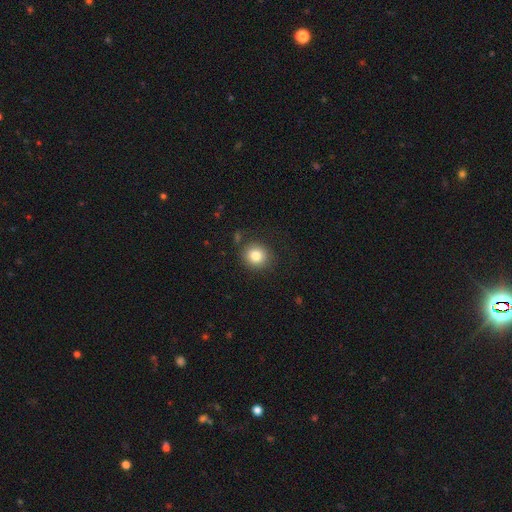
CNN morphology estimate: Smooth or featured?
  - smooth: 83% *
  - star or artifact: 10%
  - featured or disk: 7%
How rounded?
  - round: 86% *
  - in between: 13%
  - cigar-shaped: 1%
Merging?
  - none: 84% *
  - minor disturbance: 10%
  - major disturbance: 3%
  - merger: 3%